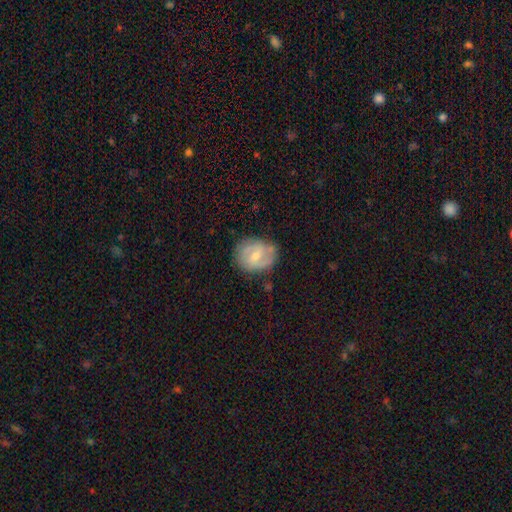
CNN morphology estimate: This is likely a featured or disk galaxy (63%). It is clearly not viewed edge-on (97%). Bar: possibly weak (57%). Spiral arm pattern: clearly yes (82%). Spiral arm count: likely 2 (74%). Spiral winding: marginally medium (45%). Central bulge: possibly moderate (53%). Merging: likely none (72%).